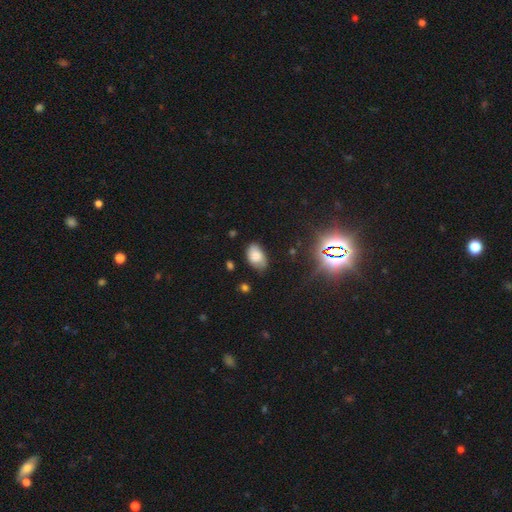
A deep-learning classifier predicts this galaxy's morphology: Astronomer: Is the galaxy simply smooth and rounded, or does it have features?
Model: smooth — 76%.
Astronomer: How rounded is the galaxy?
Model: in between — 91%.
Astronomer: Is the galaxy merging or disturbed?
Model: none — 66%.